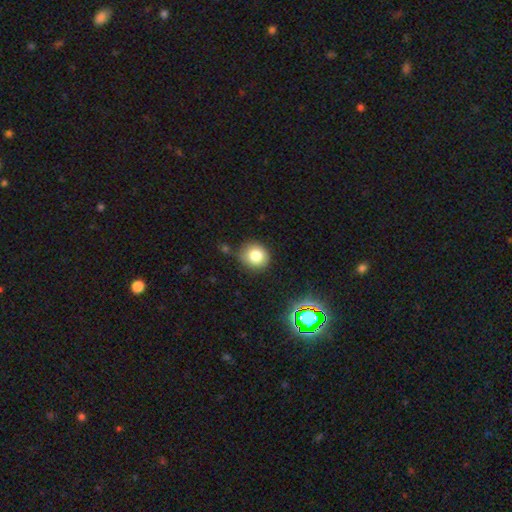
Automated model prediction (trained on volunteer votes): The model was most divided on "merging": none: 79%, minor disturbance: 14%, merger: 4%, major disturbance: 3%. More confident: how rounded — round (89%); smooth or featured — smooth (80%).